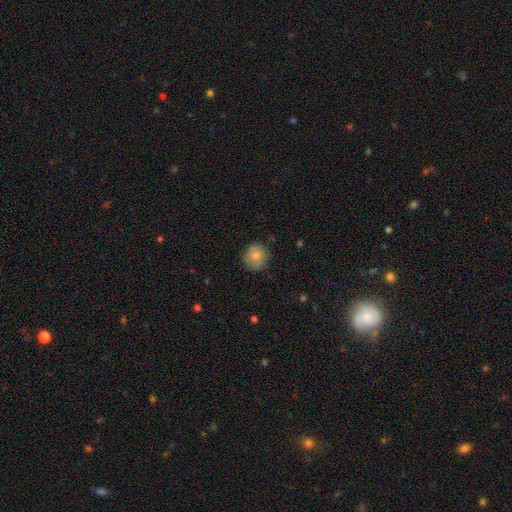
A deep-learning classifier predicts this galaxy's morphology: Q: Smooth or featured?
A: smooth (78%); runner-up: featured or disk (14%)
Q: How rounded?
A: round (90%); runner-up: in between (9%)
Q: Merging?
A: none (84%); runner-up: minor disturbance (12%)